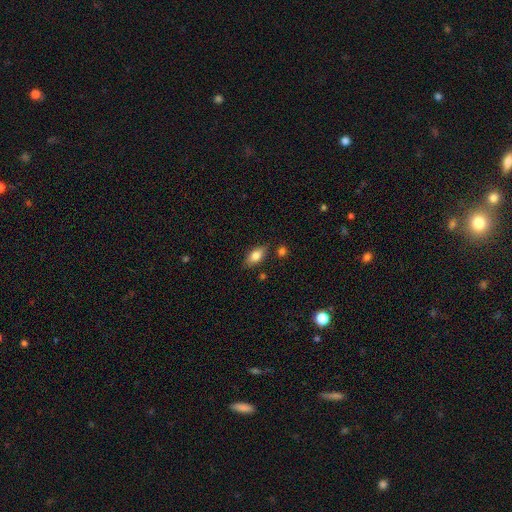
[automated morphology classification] Smooth or featured? Predicted: smooth (p=0.76). How rounded? Predicted: in between (p=0.86). Merging? Predicted: none (p=0.81).